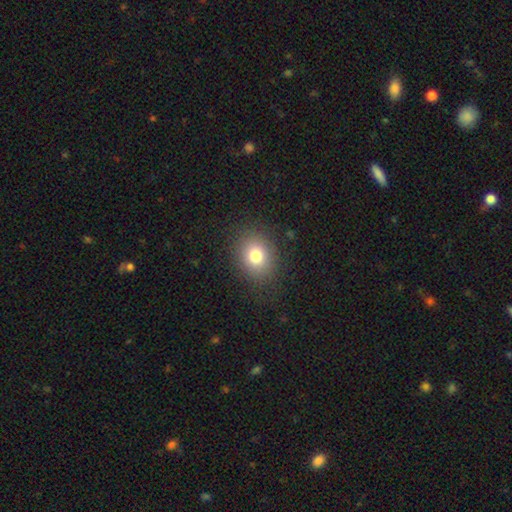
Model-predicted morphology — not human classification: Q: Smooth or featured?
A: smooth (79%); runner-up: star or artifact (12%)
Q: How rounded?
A: round (59%); runner-up: in between (40%)
Q: Merging?
A: none (86%); runner-up: minor disturbance (9%)